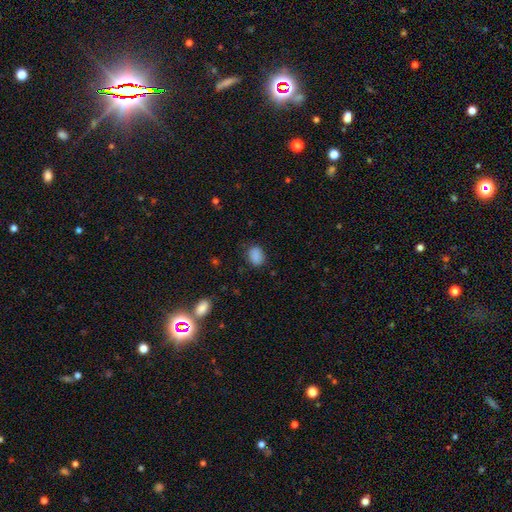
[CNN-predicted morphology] A smooth galaxy with no disk features (86%) that is in between round and cigar-shaped (69%).

Vote fractions:
- Smooth or featured? smooth: 86% / star or artifact: 10% / featured or disk: 4%
- How rounded? in between: 69% / round: 29% / cigar-shaped: 1%
- Merging? none: 77% / minor disturbance: 17% / major disturbance: 4% / merger: 2%